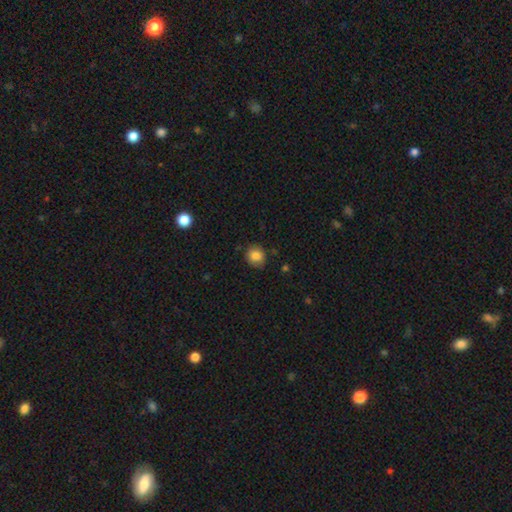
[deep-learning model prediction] Smooth or featured? Predicted: smooth (p=0.84). How rounded? Predicted: round (p=0.75). Merging? Predicted: none (p=0.80).